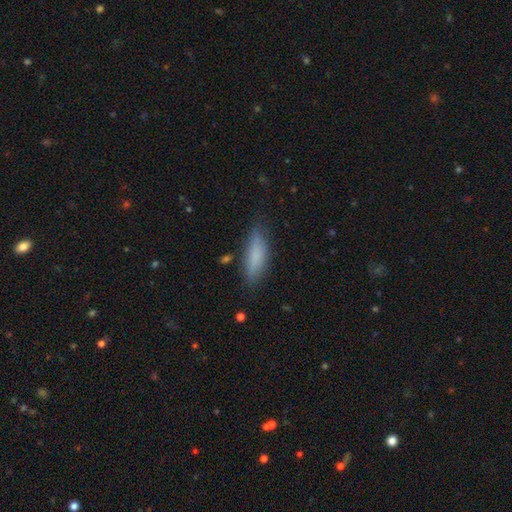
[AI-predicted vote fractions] Smooth or featured: smooth — 81% (featured or disk — 12%)
How rounded: cigar-shaped — 52% (in between — 46%)
Merging: none — 78% (minor disturbance — 16%)